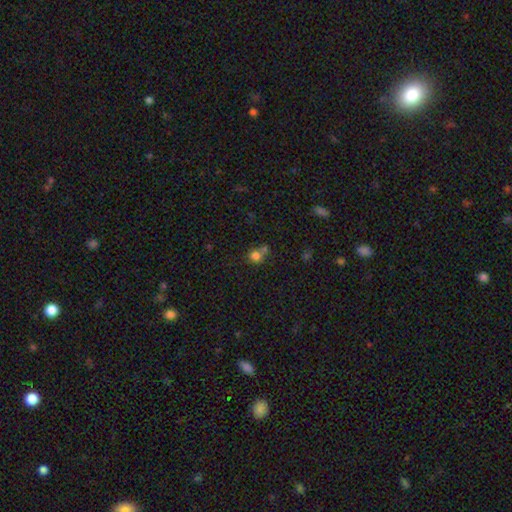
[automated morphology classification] Smooth or featured? Predicted: smooth (p=0.78). How rounded? Predicted: round (p=0.87). Merging? Predicted: none (p=0.50).